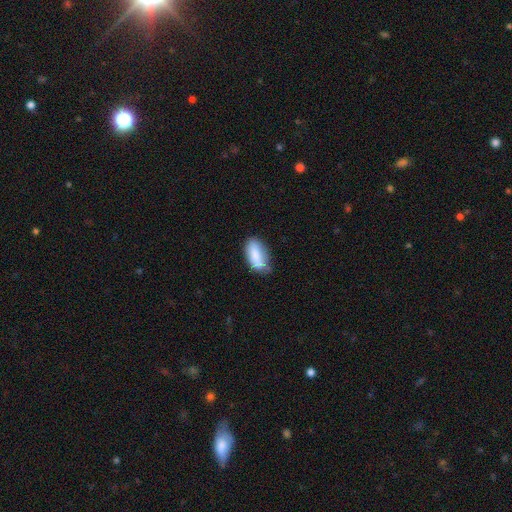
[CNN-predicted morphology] Smooth or featured? Predicted: smooth (p=0.80). How rounded? Predicted: in between (p=0.90). Merging? Predicted: none (p=0.55).